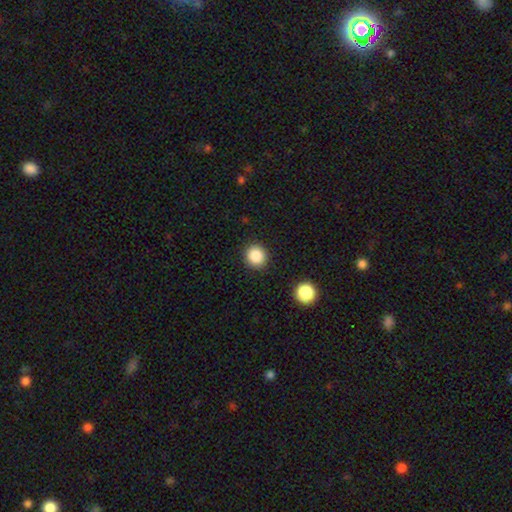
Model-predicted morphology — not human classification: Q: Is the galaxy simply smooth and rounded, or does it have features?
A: smooth — 86%.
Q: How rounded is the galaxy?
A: round — 92%.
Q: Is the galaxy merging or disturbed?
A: none — 91%.